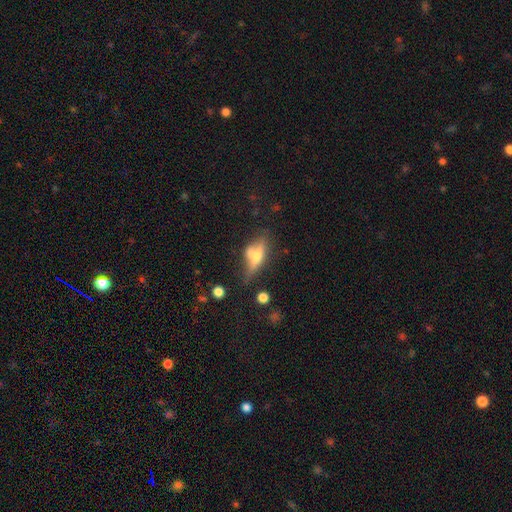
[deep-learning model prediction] smooth-or-featured: featured or disk: 50% | smooth: 39% | star or artifact: 11%
  disk-edge-on: yes: 79% | no: 21%
  merging: none: 52% | minor disturbance: 23% | major disturbance: 13% | merger: 12%